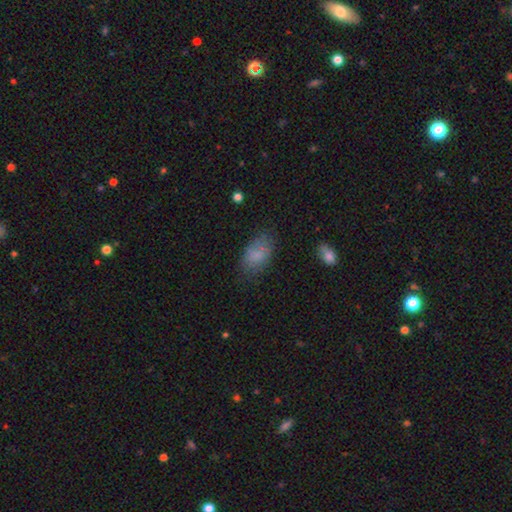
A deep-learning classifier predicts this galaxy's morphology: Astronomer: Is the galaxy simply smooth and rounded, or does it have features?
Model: smooth — 78%.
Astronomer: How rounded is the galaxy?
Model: in between — 91%.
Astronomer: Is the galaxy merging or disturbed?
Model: none — 69%.